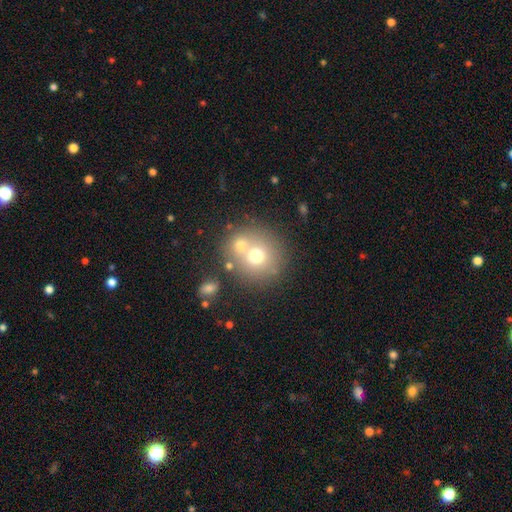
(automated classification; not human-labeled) smooth-or-featured: smooth: 66% | featured or disk: 19% | star or artifact: 14%
  how-rounded: round: 88% | in between: 11% | cigar-shaped: 1%
  merging: none: 54% | merger: 34% | minor disturbance: 8% | major disturbance: 4%